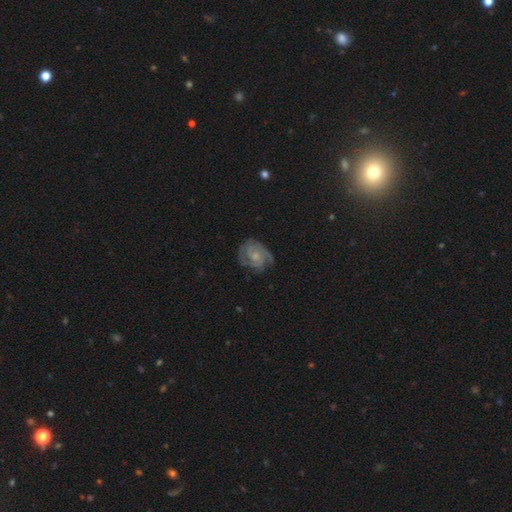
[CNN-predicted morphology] A featured or disk galaxy (82%) with no bar (69%), 2 (52%) tight (59%) spiral arms (95%) and a small central bulge (52%). Merging: none (70%).